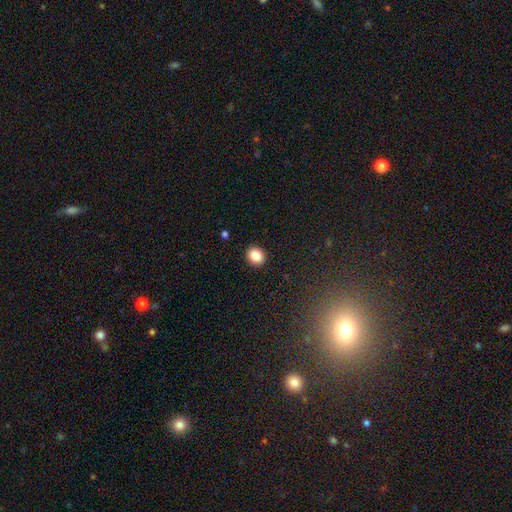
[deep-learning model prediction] smooth-or-featured: smooth: 87% | star or artifact: 9% | featured or disk: 4%
  how-rounded: round: 66% | in between: 34% | cigar-shaped: 1%
  merging: none: 92% | minor disturbance: 6% | major disturbance: 2% | merger: 1%